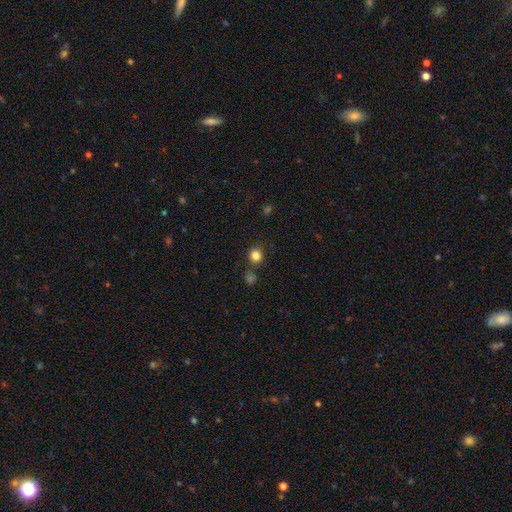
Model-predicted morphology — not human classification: Smooth or featured?
  - smooth: 83% *
  - star or artifact: 12%
  - featured or disk: 5%
How rounded?
  - round: 86% *
  - in between: 13%
  - cigar-shaped: 1%
Merging?
  - none: 81% *
  - minor disturbance: 9%
  - merger: 8%
  - major disturbance: 3%